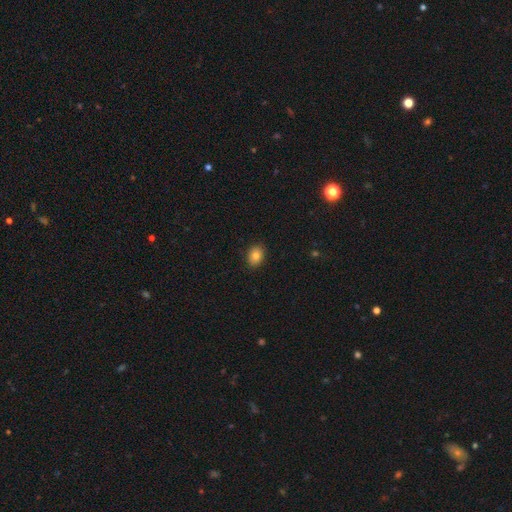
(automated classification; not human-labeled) smooth_or_featured: smooth (p=0.82) [alt: star or artifact p=0.10]
how_rounded: in between (p=0.61) [alt: round p=0.38]
merging: none (p=0.89) [alt: minor disturbance p=0.08]